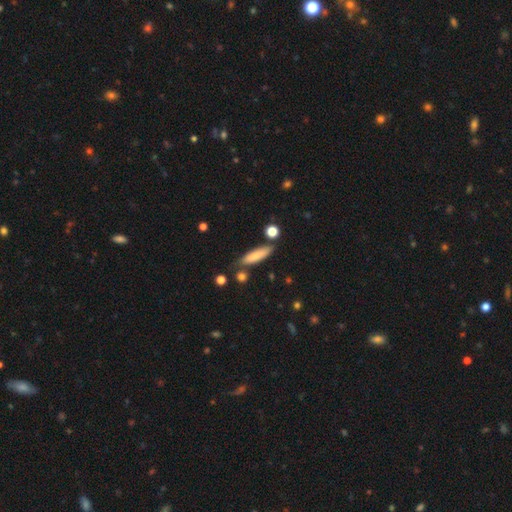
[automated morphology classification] type=smooth (77%); roundness=cigar-shaped (70%); merging=none (76%).